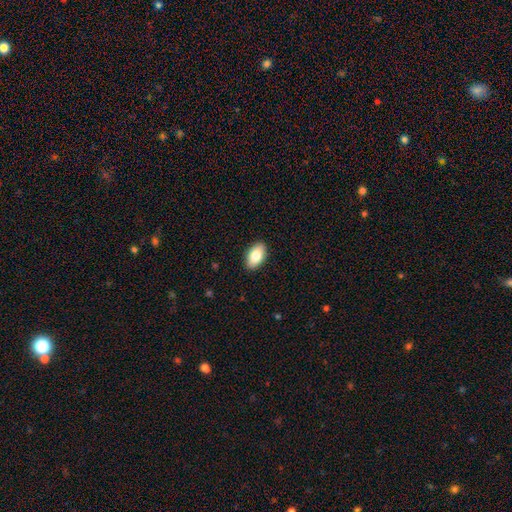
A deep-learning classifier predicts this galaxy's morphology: Smooth or featured? Predicted: smooth (p=0.82). How rounded? Predicted: in between (p=0.93). Merging? Predicted: none (p=0.90).